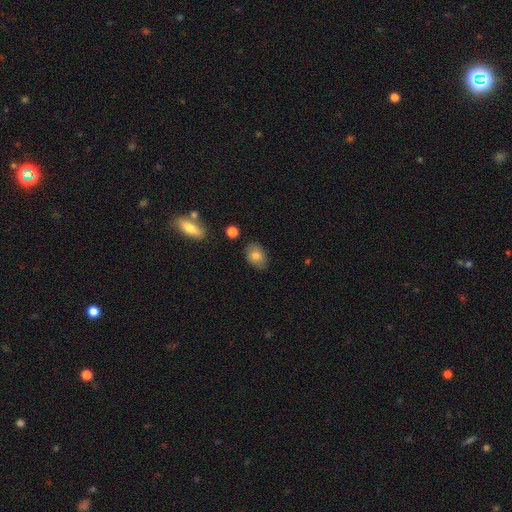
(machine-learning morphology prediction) Smooth or featured?
  - smooth: 78% *
  - featured or disk: 13%
  - star or artifact: 9%
How rounded?
  - in between: 79% *
  - round: 20%
  - cigar-shaped: 1%
Merging?
  - none: 82% *
  - minor disturbance: 13%
  - major disturbance: 3%
  - merger: 2%